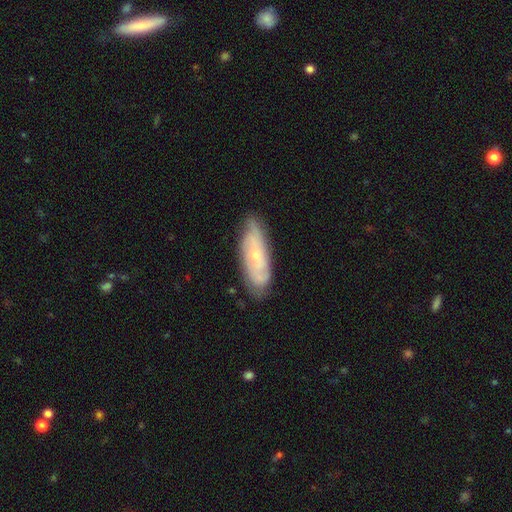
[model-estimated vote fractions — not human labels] Q: Smooth or featured?
A: featured or disk (68%); runner-up: smooth (26%)
Q: Edge-on disk?
A: no (84%); runner-up: yes (16%)
Q: Bar?
A: no (71%); runner-up: weak (24%)
Q: Spiral arms?
A: yes (88%); runner-up: no (12%)
Q: Bulge size?
A: small (73%); runner-up: moderate (23%)
Q: Merging?
A: none (77%); runner-up: minor disturbance (18%)